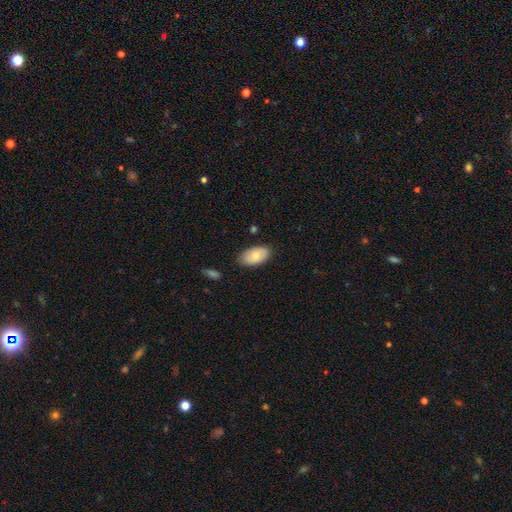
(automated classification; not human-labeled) Q: Smooth or featured?
A: smooth (75%); runner-up: featured or disk (19%)
Q: How rounded?
A: in between (94%); runner-up: round (4%)
Q: Merging?
A: none (81%); runner-up: minor disturbance (15%)